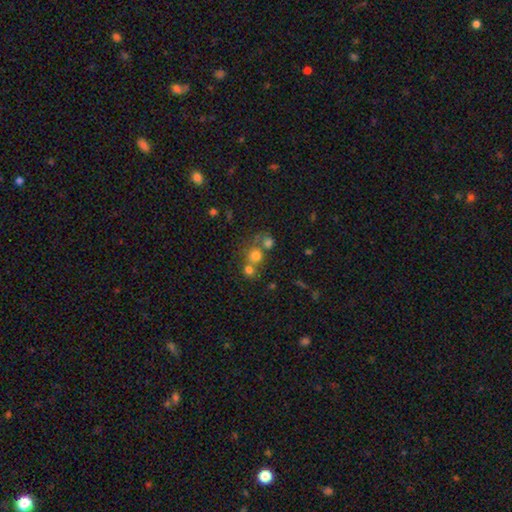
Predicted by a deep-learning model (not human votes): Smooth or featured?
  - smooth: 70% *
  - star or artifact: 18%
  - featured or disk: 12%
How rounded?
  - round: 87% *
  - in between: 12%
  - cigar-shaped: 1%
Merging?
  - none: 48% *
  - merger: 41%
  - minor disturbance: 7%
  - major disturbance: 4%